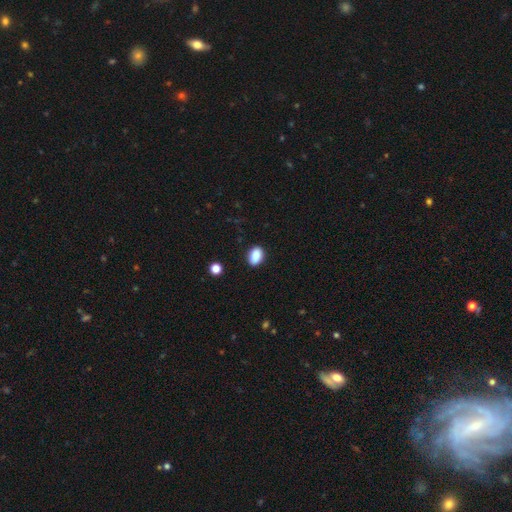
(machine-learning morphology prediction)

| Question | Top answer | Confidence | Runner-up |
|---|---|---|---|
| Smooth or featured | smooth | 88% | star or artifact (8%) |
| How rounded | in between | 84% | round (14%) |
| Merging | none | 87% | minor disturbance (9%) |